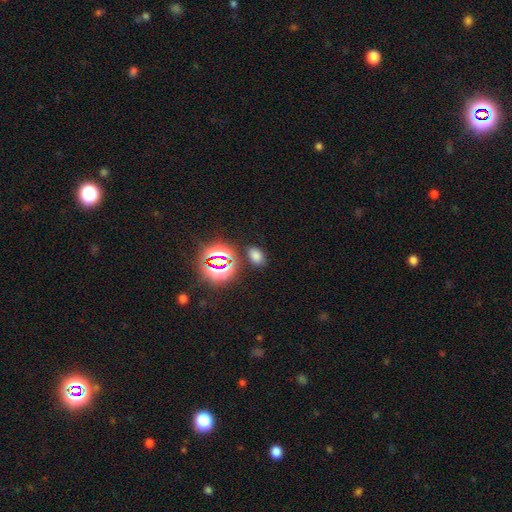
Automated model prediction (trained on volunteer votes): This appears to be a smooth galaxy with no disk features (67%) that is in between round and cigar-shaped (83%). Merging: none (82%).